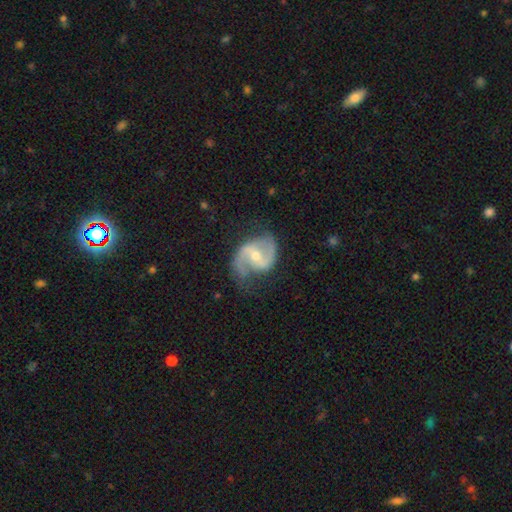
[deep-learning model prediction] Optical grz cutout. It shows a featured or disk galaxy (88%) with a weak bar (49%), 2 (91%) medium (49%) spiral arms (96%) and a moderate central bulge (52%). Merging: none (67%).